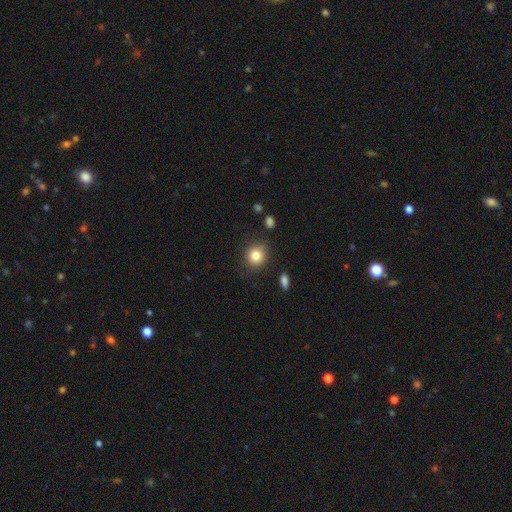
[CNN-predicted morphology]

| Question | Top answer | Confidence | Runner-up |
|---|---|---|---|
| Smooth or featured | smooth | 84% | star or artifact (10%) |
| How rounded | round | 83% | in between (16%) |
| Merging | none | 84% | minor disturbance (11%) |